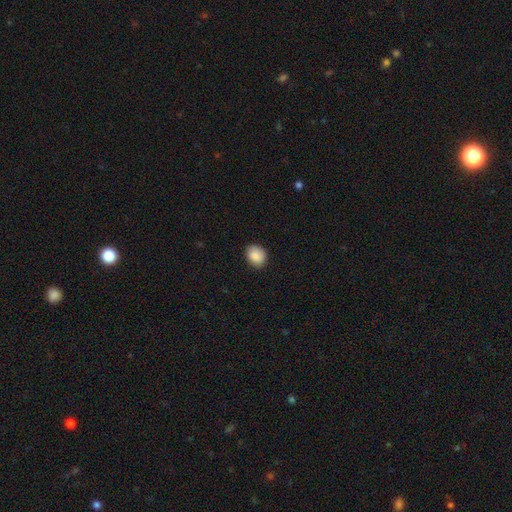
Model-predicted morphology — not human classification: Smooth or featured? smooth (88%)
How rounded? in between (50%)
Merging? none (85%)